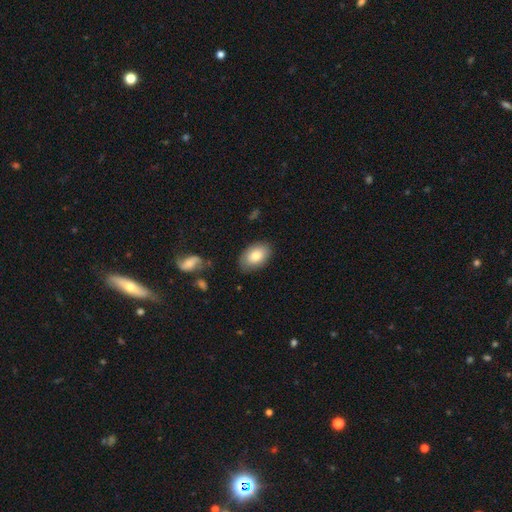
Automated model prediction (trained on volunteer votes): smooth_or_featured: smooth (p=0.82) [alt: featured or disk p=0.11]
how_rounded: in between (p=0.91) [alt: round p=0.08]
merging: none (p=0.81) [alt: minor disturbance p=0.14]